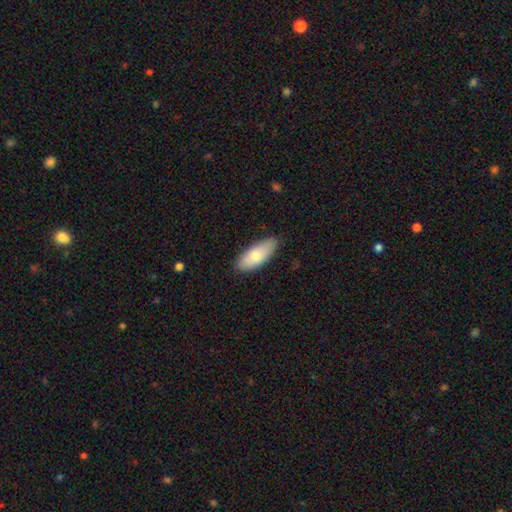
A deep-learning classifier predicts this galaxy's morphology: Smooth or featured? Predicted: smooth (p=0.77). How rounded? Predicted: in between (p=0.82). Merging? Predicted: none (p=0.80).